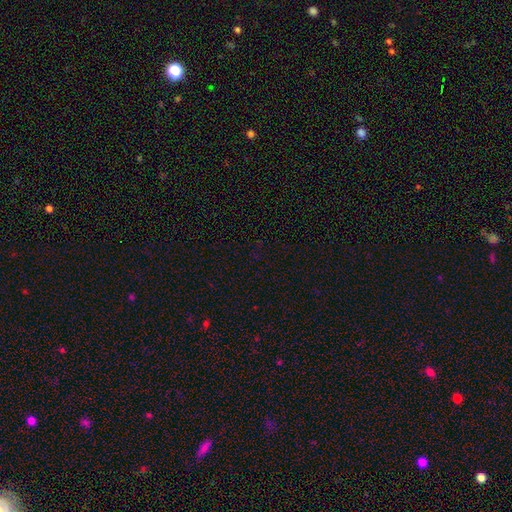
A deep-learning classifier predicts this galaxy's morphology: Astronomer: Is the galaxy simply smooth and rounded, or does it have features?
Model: star or artifact — 71%.